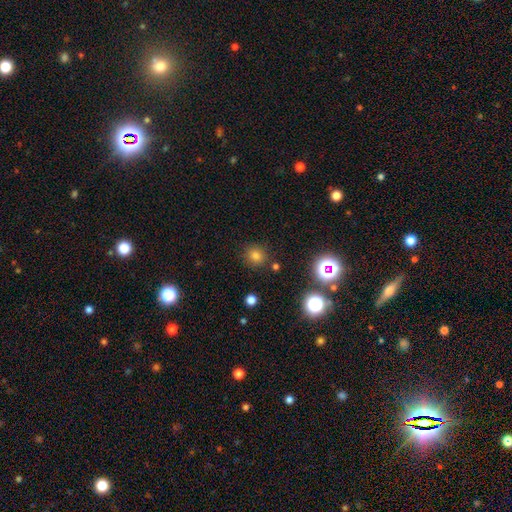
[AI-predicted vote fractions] Overall: smooth (75%). How rounded: round (87%). Merging: none (85%).